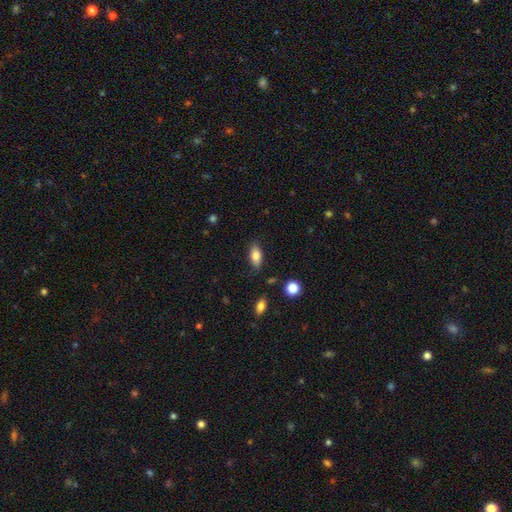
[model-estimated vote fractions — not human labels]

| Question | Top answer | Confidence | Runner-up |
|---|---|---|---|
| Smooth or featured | smooth | 80% | featured or disk (12%) |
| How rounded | in between | 86% | cigar-shaped (10%) |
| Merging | none | 80% | minor disturbance (14%) |